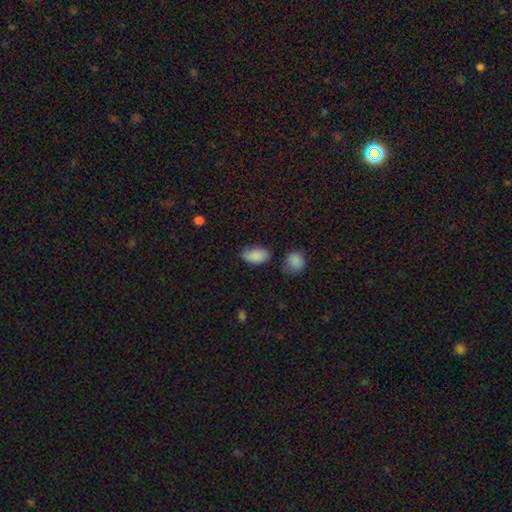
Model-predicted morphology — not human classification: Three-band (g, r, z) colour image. It shows a smooth galaxy with no disk features (87%) that is in between round and cigar-shaped (92%). Merging: none (72%).